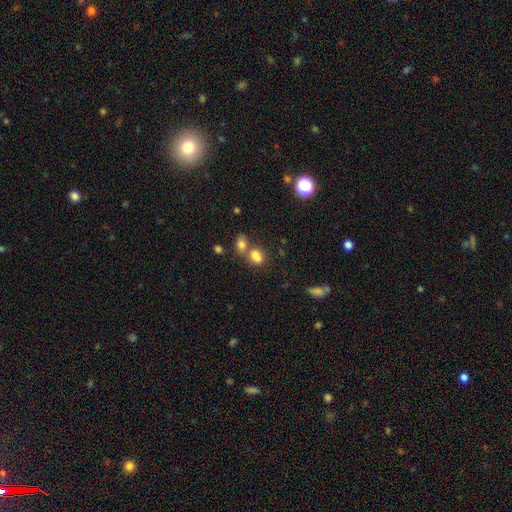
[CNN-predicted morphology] Smooth or featured? Predicted: smooth (p=0.79). How rounded? Predicted: in between (p=0.69). Merging? Predicted: merger (p=0.49).